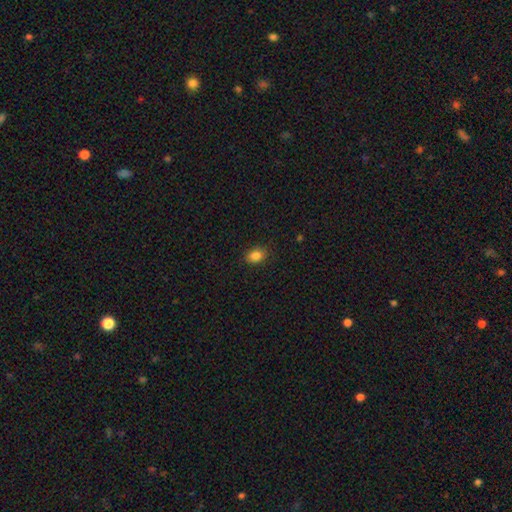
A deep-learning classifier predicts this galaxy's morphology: Q: Smooth or featured?
A: smooth (85%); runner-up: star or artifact (10%)
Q: How rounded?
A: in between (72%); runner-up: round (27%)
Q: Merging?
A: none (87%); runner-up: minor disturbance (10%)